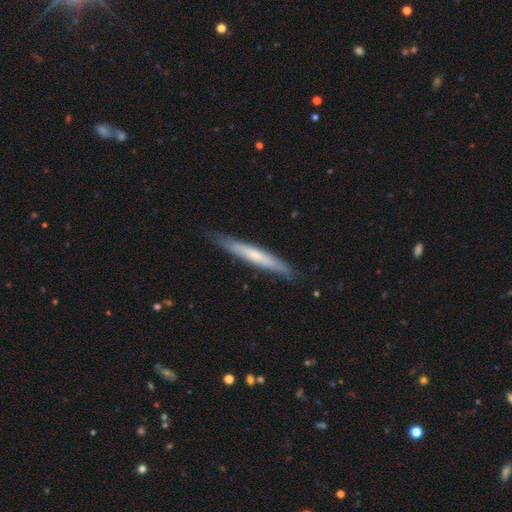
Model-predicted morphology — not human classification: Q: Smooth or featured?
A: smooth (50%); runner-up: featured or disk (44%)
Q: How rounded?
A: cigar-shaped (95%); runner-up: in between (4%)
Q: Merging?
A: none (83%); runner-up: minor disturbance (14%)